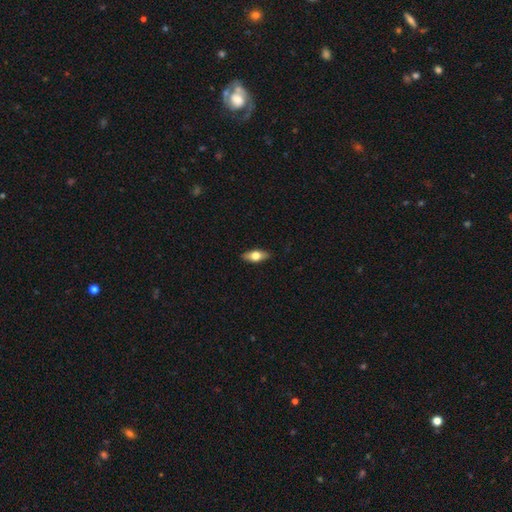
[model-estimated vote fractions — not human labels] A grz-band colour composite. It shows a smooth galaxy with no disk features (59%) that is in between round and cigar-shaped (77%). Merging: none (89%).